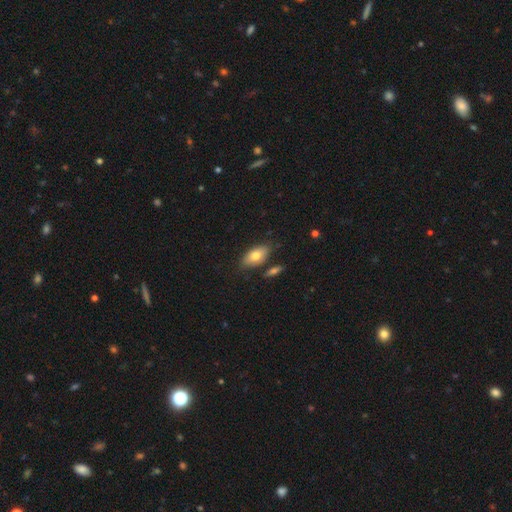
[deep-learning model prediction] Q: Smooth or featured?
A: smooth (76%); runner-up: featured or disk (17%)
Q: How rounded?
A: in between (91%); runner-up: round (5%)
Q: Merging?
A: none (76%); runner-up: minor disturbance (14%)